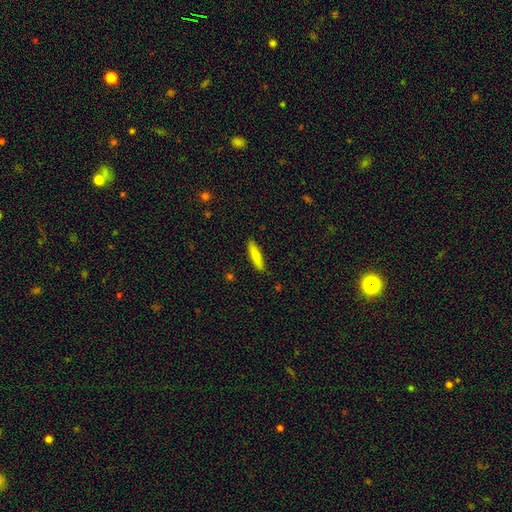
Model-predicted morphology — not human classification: A smooth galaxy with no disk features (81%) that is cigar-shaped (84%).

Vote fractions:
- Smooth or featured? smooth: 81% / featured or disk: 13% / star or artifact: 6%
- How rounded? cigar-shaped: 84% / in between: 15% / round: 1%
- Merging? none: 88% / minor disturbance: 9% / major disturbance: 2% / merger: 1%